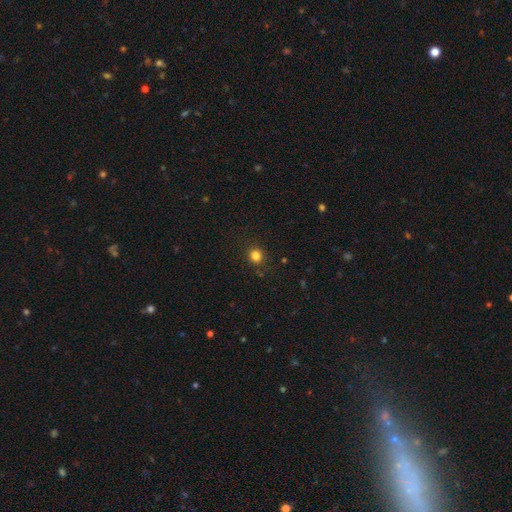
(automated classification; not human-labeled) A smooth galaxy with no disk features (82%) that is round (84%).

Vote fractions:
- Smooth or featured? smooth: 82% / star or artifact: 14% / featured or disk: 4%
- How rounded? round: 84% / in between: 15% / cigar-shaped: 1%
- Merging? none: 88% / minor disturbance: 8% / major disturbance: 3% / merger: 1%